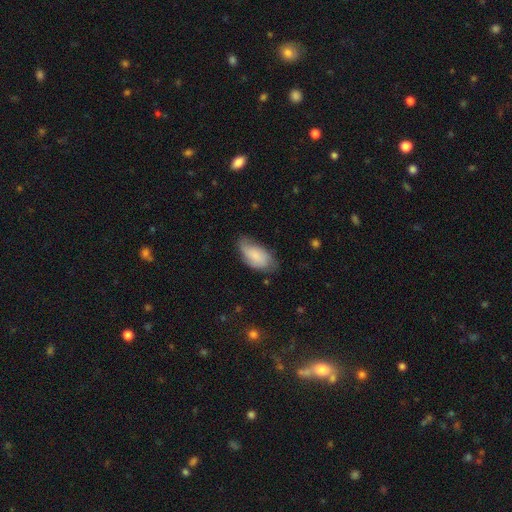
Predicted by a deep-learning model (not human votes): Smooth or featured? Predicted: smooth (p=0.66). How rounded? Predicted: in between (p=0.92). Merging? Predicted: none (p=0.60).